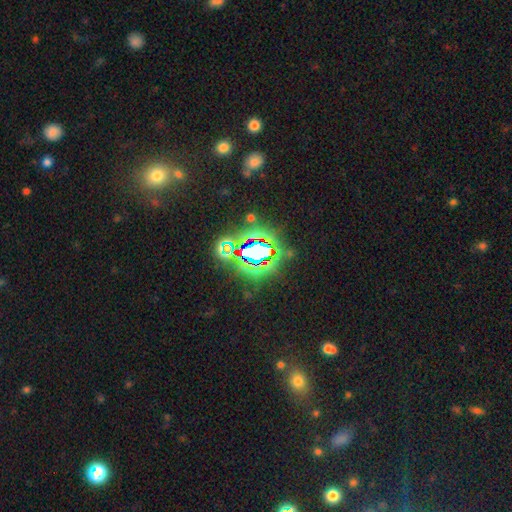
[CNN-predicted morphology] Overall: star or artifact (74%).